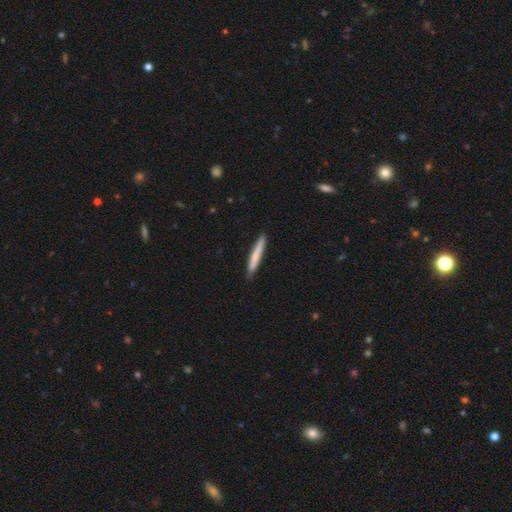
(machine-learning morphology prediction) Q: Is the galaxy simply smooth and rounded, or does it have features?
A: smooth — 72%.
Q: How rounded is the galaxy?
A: cigar-shaped — 96%.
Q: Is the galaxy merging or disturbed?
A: none — 89%.